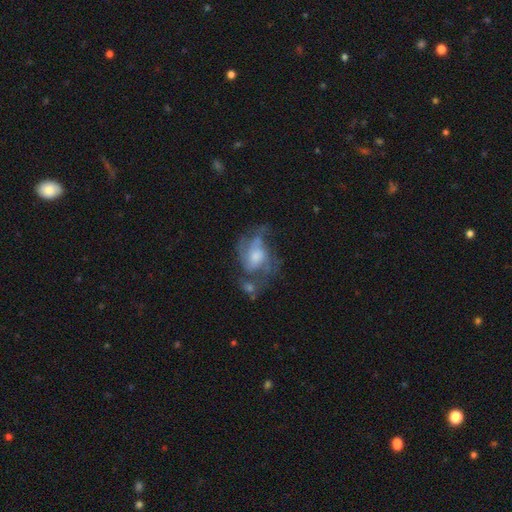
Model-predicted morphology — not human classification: Overall: featured or disk (74%). Edge-on disk: no (97%). Bar: no (59%; weak 34%). Spiral arms: yes (86%). Spiral arm count: 3 (29%; 2 28%). Spiral winding: medium (49%; tight 26%). Bulge size: moderate (41%; small 25%). Merging: none (39%; major disturbance 29%).